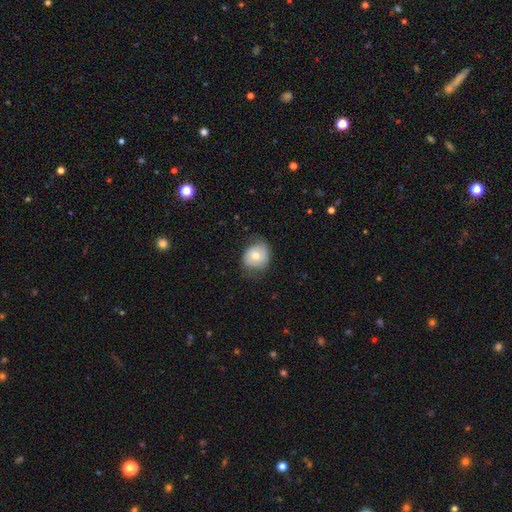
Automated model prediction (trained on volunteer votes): Overall: smooth (64%; featured or disk 29%). How rounded: round (63%; in between 36%). Merging: none (63%; minor disturbance 27%).